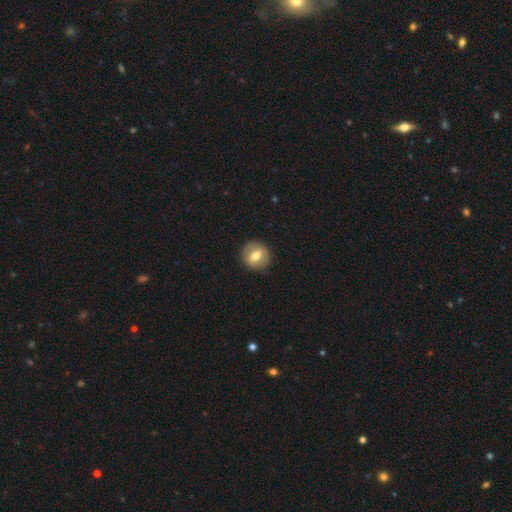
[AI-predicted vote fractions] A smooth galaxy with no disk features (56%) that is round (85%).

Vote fractions:
- Smooth or featured? smooth: 56% / featured or disk: 36% / star or artifact: 7%
- How rounded? round: 85% / in between: 14% / cigar-shaped: 1%
- Merging? none: 89% / minor disturbance: 7% / major disturbance: 2% / merger: 1%